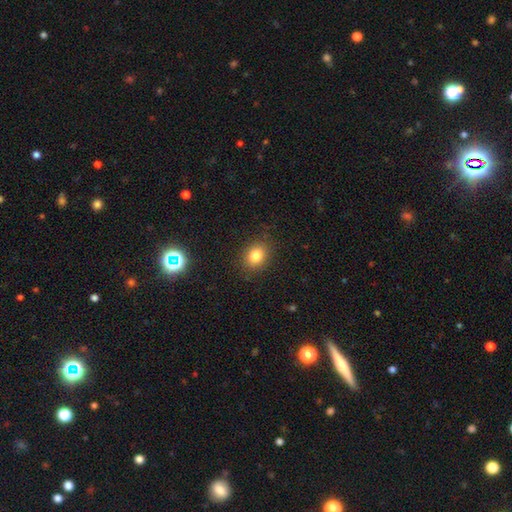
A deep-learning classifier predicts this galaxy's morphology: Smooth or featured?
  - smooth: 81% *
  - star or artifact: 12%
  - featured or disk: 7%
How rounded?
  - in between: 50% *
  - round: 49%
  - cigar-shaped: 1%
Merging?
  - none: 87% *
  - minor disturbance: 9%
  - major disturbance: 3%
  - merger: 1%